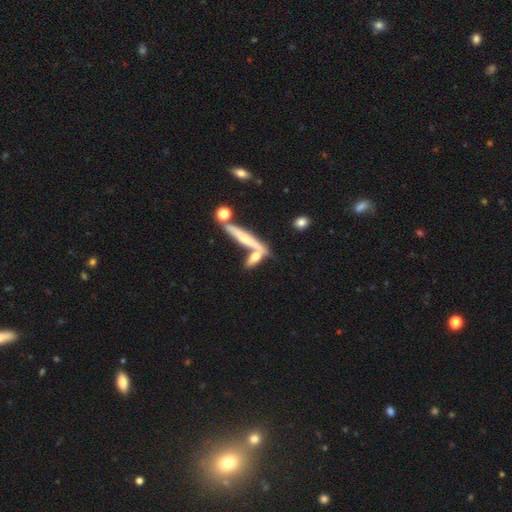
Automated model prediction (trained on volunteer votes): Smooth or featured? featured or disk (45%)
Merging? none (50%)